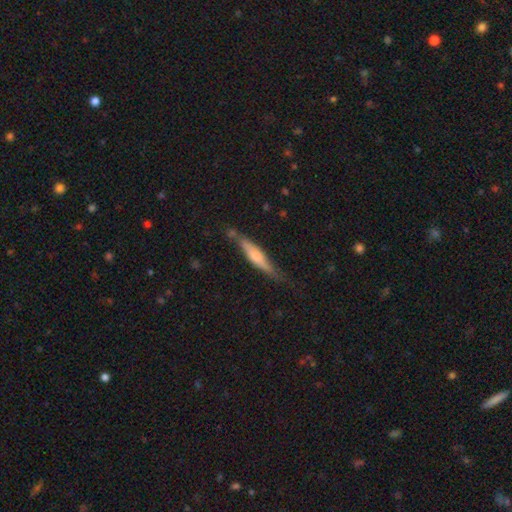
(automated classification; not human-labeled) The model was most divided on "smooth or featured": smooth: 49%, featured or disk: 45%, star or artifact: 6%. More confident: merging — none (64%).